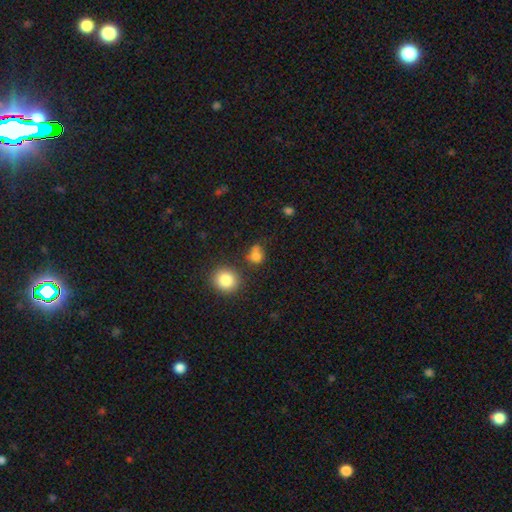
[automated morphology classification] Smooth or featured?
  - smooth: 76% *
  - star or artifact: 15%
  - featured or disk: 9%
How rounded?
  - round: 66% *
  - in between: 32%
  - cigar-shaped: 2%
Merging?
  - none: 50% *
  - merger: 20%
  - minor disturbance: 19%
  - major disturbance: 10%